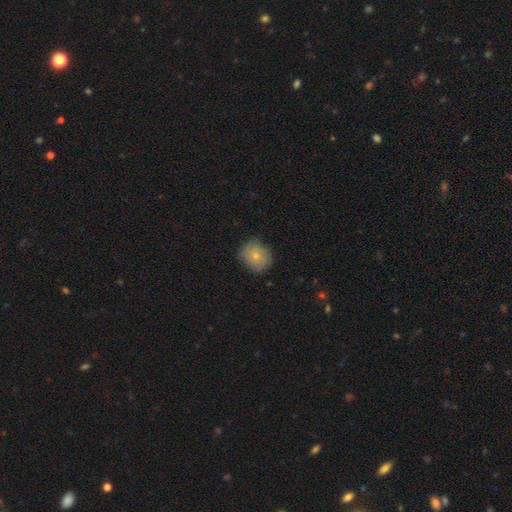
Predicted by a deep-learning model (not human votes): Smooth or featured? Predicted: smooth (p=0.69). How rounded? Predicted: round (p=0.75). Merging? Predicted: none (p=0.75).